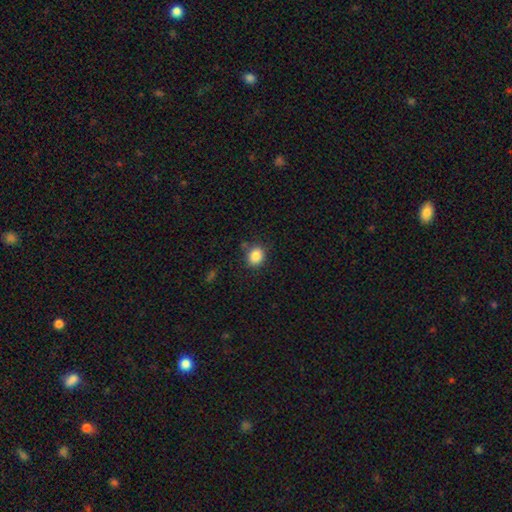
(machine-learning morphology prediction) smooth_or_featured: smooth (p=0.86) [alt: star or artifact p=0.10]
how_rounded: round (p=0.65) [alt: in between p=0.34]
merging: none (p=0.80) [alt: minor disturbance p=0.13]